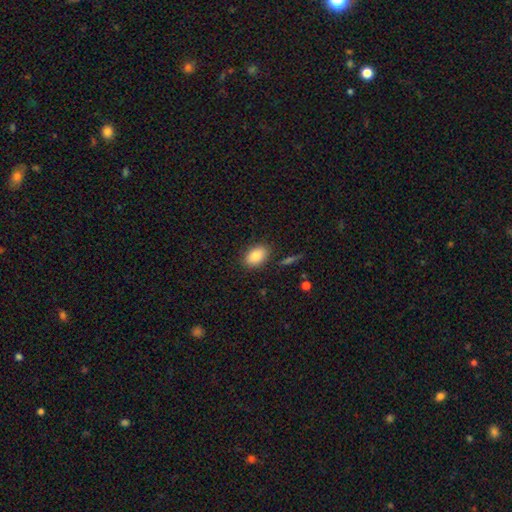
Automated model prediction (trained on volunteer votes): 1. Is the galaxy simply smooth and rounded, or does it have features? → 85% smooth, 8% featured or disk, 8% star or artifact.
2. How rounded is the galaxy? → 89% in between, 10% round, 2% cigar-shaped.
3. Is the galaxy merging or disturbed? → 85% none, 10% minor disturbance, 3% major disturbance, 2% merger.